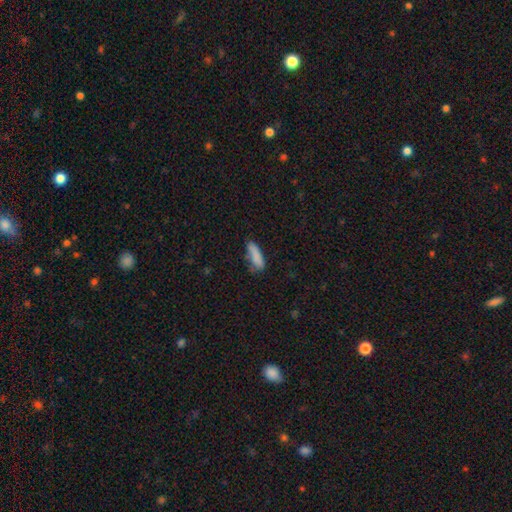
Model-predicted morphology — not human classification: type=smooth (86%); roundness=cigar-shaped (54%); merging=none (65%).